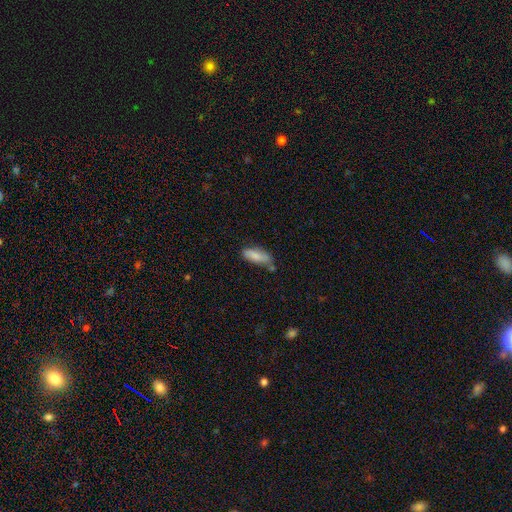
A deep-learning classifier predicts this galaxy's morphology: A smooth galaxy with no disk features (81%) that is in between round and cigar-shaped (63%).

Vote fractions:
- Smooth or featured? smooth: 81% / featured or disk: 13% / star or artifact: 7%
- How rounded? in between: 63% / cigar-shaped: 35% / round: 2%
- Merging? none: 61% / minor disturbance: 24% / merger: 10% / major disturbance: 5%